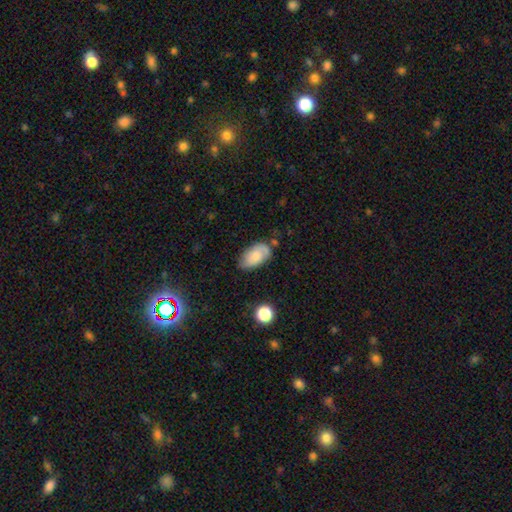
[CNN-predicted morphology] Smooth or featured: smooth — 73% (featured or disk — 19%)
How rounded: in between — 94% (round — 5%)
Merging: none — 66% (minor disturbance — 25%)